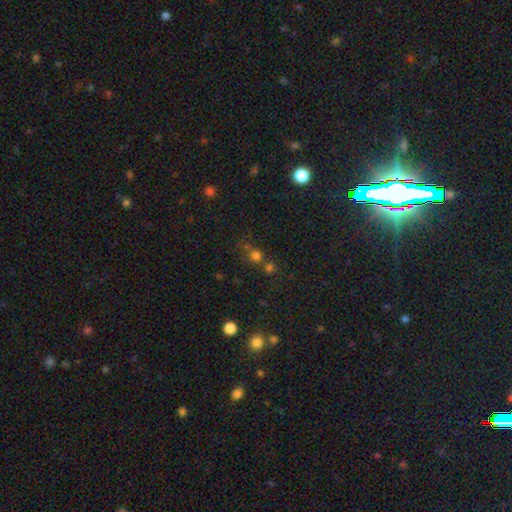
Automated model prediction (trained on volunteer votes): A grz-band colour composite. It shows a smooth galaxy with no disk features (65%) that is round (89%). Merging: none (61%).